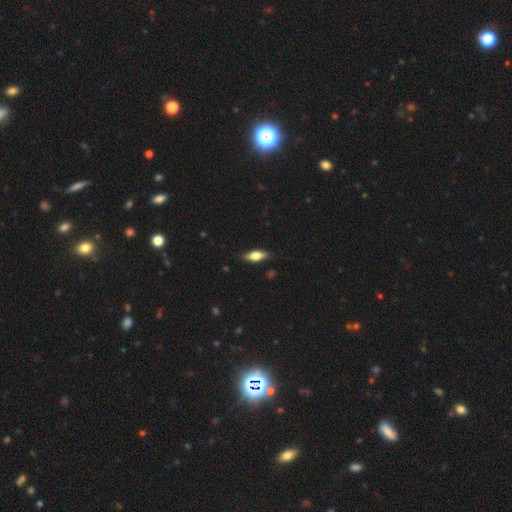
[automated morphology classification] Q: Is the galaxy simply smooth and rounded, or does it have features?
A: smooth — 61%.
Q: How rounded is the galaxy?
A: in between — 66%.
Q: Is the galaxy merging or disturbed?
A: none — 85%.